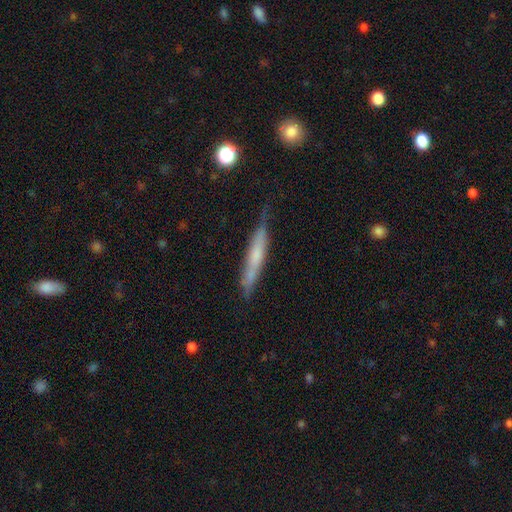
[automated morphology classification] type=smooth (51%); roundness=cigar-shaped (93%); merging=none (69%).